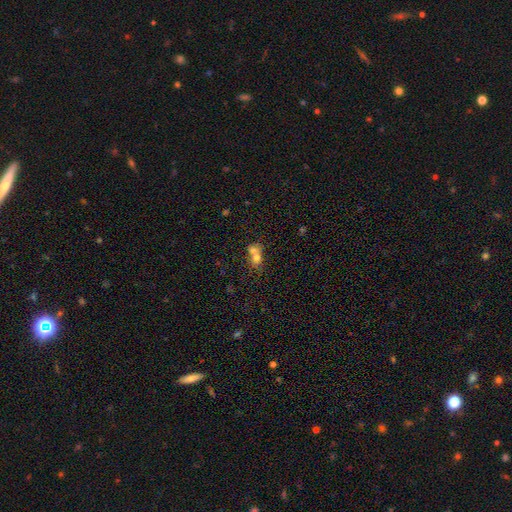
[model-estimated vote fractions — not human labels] smooth_or_featured: smooth (p=0.68) [alt: featured or disk p=0.19]
how_rounded: round (p=0.63) [alt: in between p=0.36]
merging: merger (p=0.69) [alt: none p=0.22]